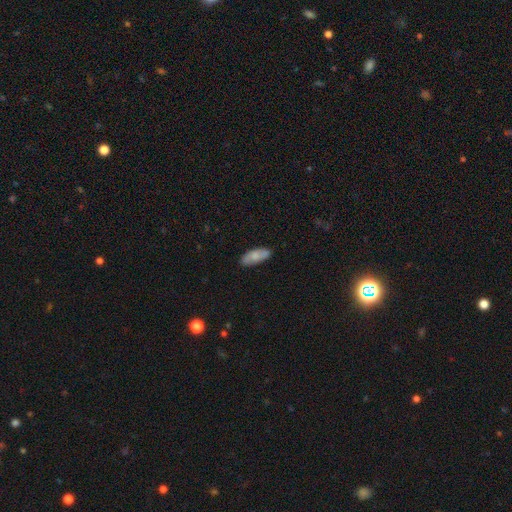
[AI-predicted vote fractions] Overall: smooth (71%). How rounded: in between (80%). Merging: none (80%).